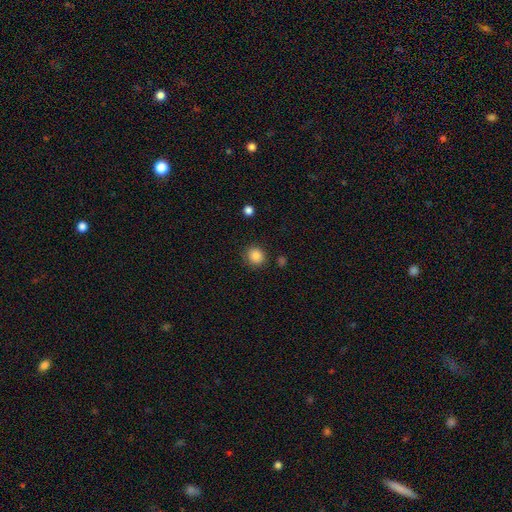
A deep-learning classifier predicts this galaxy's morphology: smooth 86%, star or artifact 10%, featured or disk 4%. Down the decision tree: how rounded — round (84%); merging — none (85%).